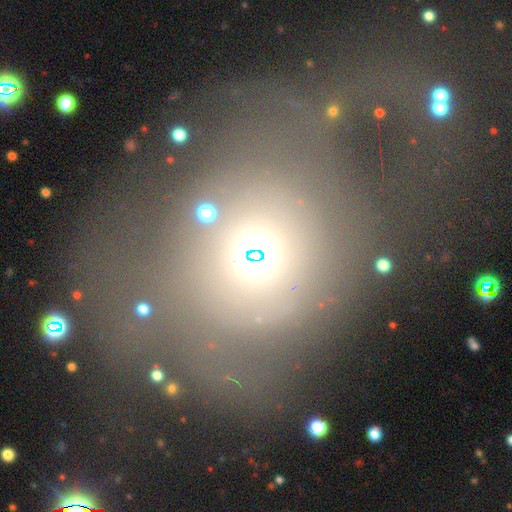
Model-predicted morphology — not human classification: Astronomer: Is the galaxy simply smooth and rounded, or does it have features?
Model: smooth — 45% (runner-up: featured or disk, 32%).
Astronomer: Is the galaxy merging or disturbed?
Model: major disturbance — 47% (runner-up: none, 28%).